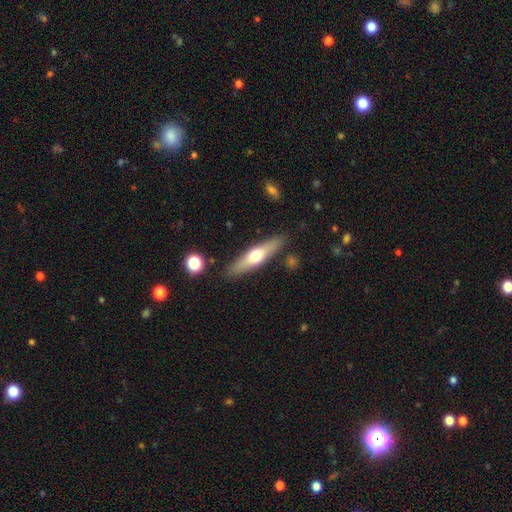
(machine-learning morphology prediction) smooth-or-featured: smooth: 48% | featured or disk: 47% | star or artifact: 5%
  merging: none: 87% | minor disturbance: 9% | merger: 2% | major disturbance: 2%